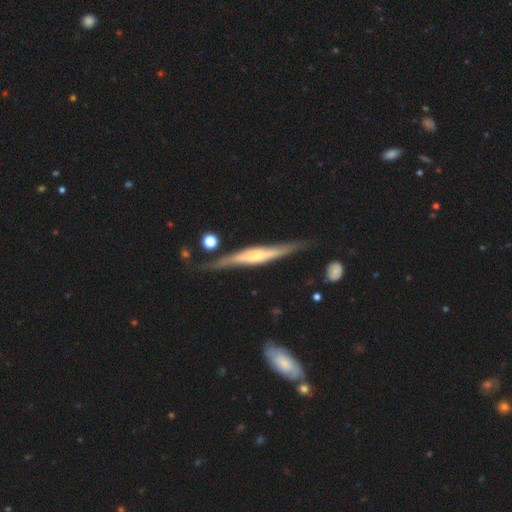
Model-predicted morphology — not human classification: A featured or disk galaxy (75%) viewed edge-on (95%) with a rounded central bulge (65%). Merging: none (78%).